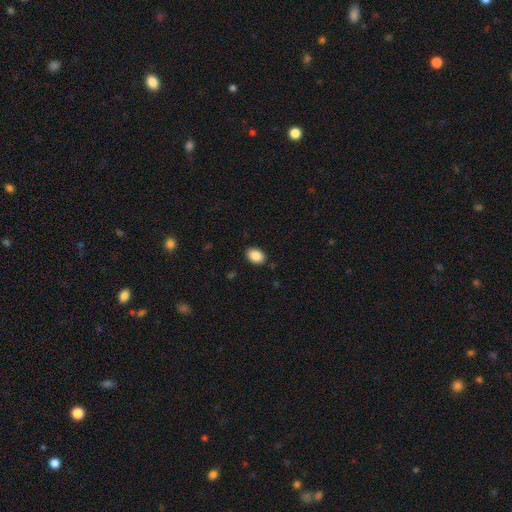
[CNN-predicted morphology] smooth-or-featured: smooth: 88% | star or artifact: 8% | featured or disk: 4%
  how-rounded: in between: 78% | round: 21% | cigar-shaped: 1%
  merging: none: 89% | minor disturbance: 8% | major disturbance: 2% | merger: 1%